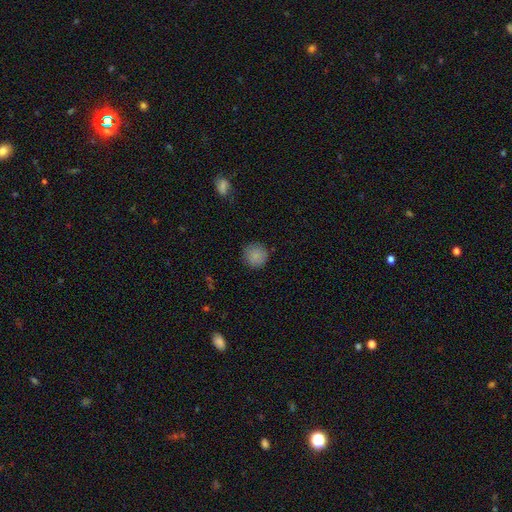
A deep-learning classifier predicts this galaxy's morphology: A smooth galaxy with no disk features (86%) that is round (94%).

Vote fractions:
- Smooth or featured? smooth: 86% / star or artifact: 9% / featured or disk: 5%
- How rounded? round: 94% / in between: 5% / cigar-shaped: 1%
- Merging? none: 88% / minor disturbance: 9% / major disturbance: 2% / merger: 1%